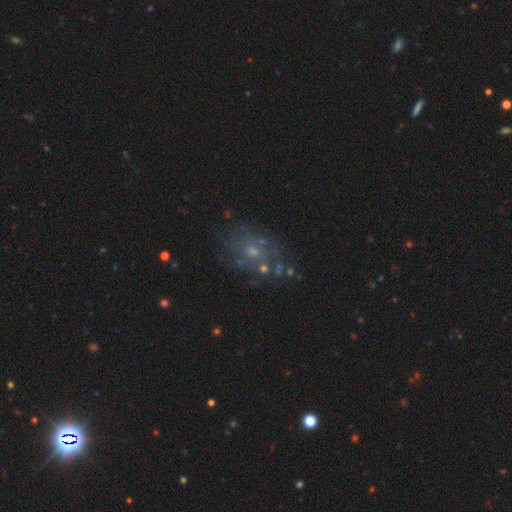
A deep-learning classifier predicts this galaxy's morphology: smooth_or_featured: featured or disk (p=0.39) [alt: star or artifact p=0.34]
merging: none (p=0.58) [alt: minor disturbance p=0.17]